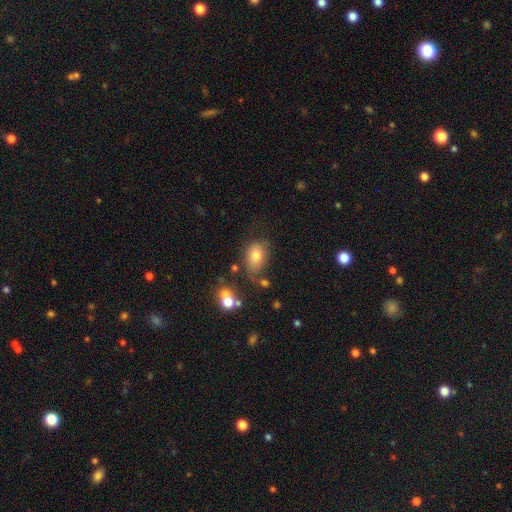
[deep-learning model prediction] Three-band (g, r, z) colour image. It shows a smooth galaxy with no disk features (76%) that is in between round and cigar-shaped (80%). Merging: none (58%).